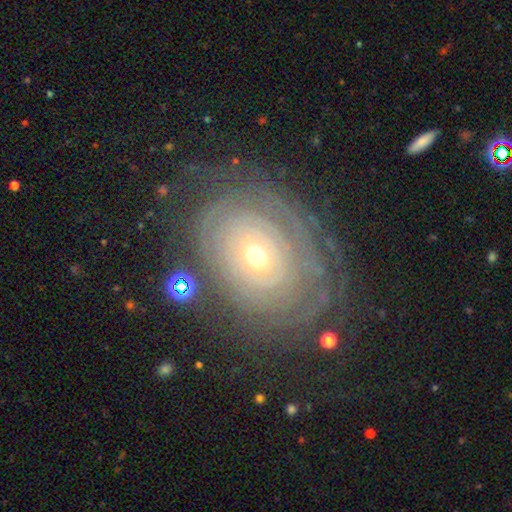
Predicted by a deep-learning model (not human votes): Q: Smooth or featured?
A: featured or disk (79%); runner-up: smooth (14%)
Q: Edge-on disk?
A: no (96%); runner-up: yes (4%)
Q: Bar?
A: no (84%); runner-up: weak (12%)
Q: Spiral arms?
A: yes (81%); runner-up: no (19%)
Q: Spiral winding?
A: tight (83%); runner-up: medium (11%)
Q: Spiral arm count?
A: can't tell (50%); runner-up: 2 (15%)
Q: Bulge size?
A: small (50%); runner-up: moderate (45%)
Q: Merging?
A: none (72%); runner-up: minor disturbance (16%)